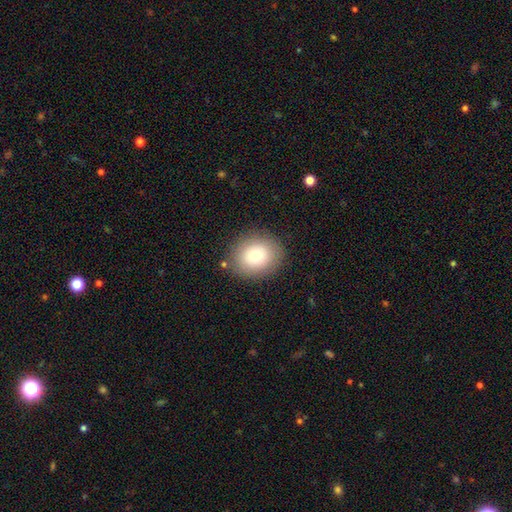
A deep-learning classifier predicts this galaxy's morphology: Smooth or featured: smooth — 80% (featured or disk — 11%)
How rounded: round — 64% (in between — 35%)
Merging: none — 85% (minor disturbance — 10%)